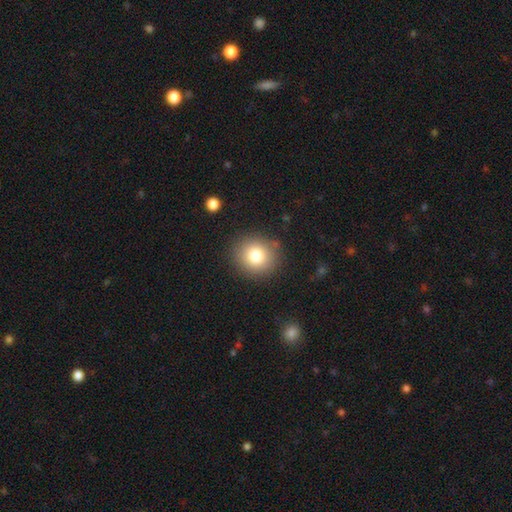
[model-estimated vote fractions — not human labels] A smooth galaxy with no disk features (80%) that is round (86%). Merging: none (87%).